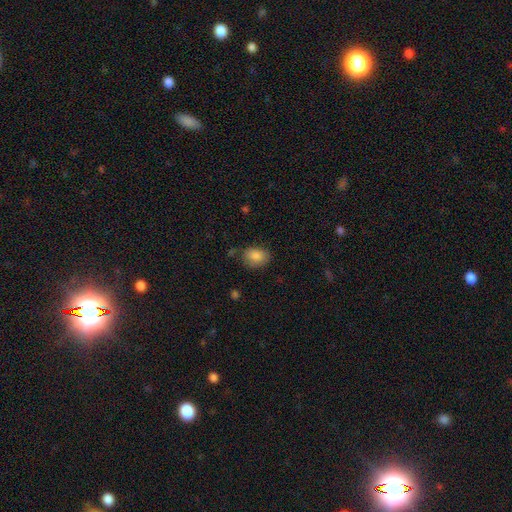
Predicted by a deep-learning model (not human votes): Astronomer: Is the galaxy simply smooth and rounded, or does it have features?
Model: smooth — 85%.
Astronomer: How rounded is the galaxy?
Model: in between — 69%.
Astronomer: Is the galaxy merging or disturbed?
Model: none — 69%.